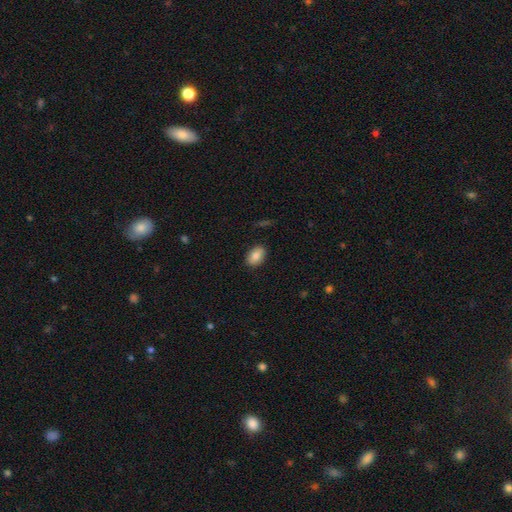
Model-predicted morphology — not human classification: smooth-or-featured: smooth: 82% | featured or disk: 11% | star or artifact: 7%
  how-rounded: in between: 84% | round: 14% | cigar-shaped: 1%
  merging: none: 88% | minor disturbance: 9% | major disturbance: 2% | merger: 1%